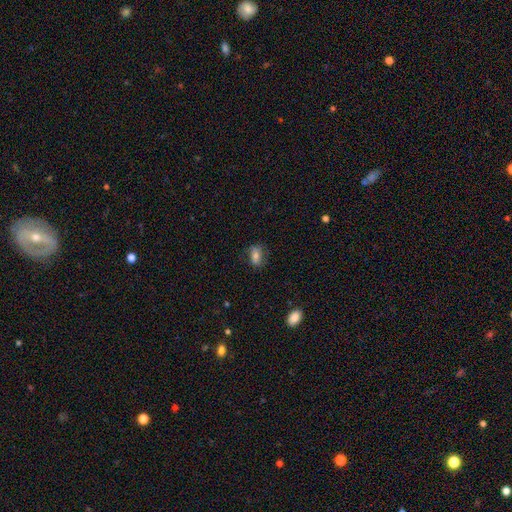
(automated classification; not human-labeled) This appears to be a smooth galaxy with no disk features (66%) that is in between round and cigar-shaped (81%). Merging: none (70%).